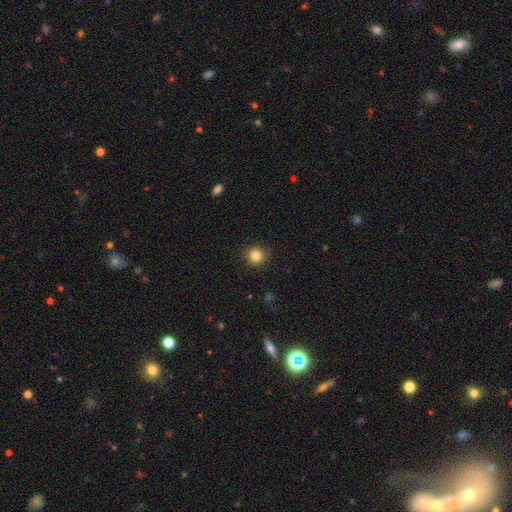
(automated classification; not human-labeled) smooth_or_featured: smooth (p=0.83) [alt: star or artifact p=0.11]
how_rounded: round (p=0.92) [alt: in between p=0.07]
merging: none (p=0.90) [alt: minor disturbance p=0.07]